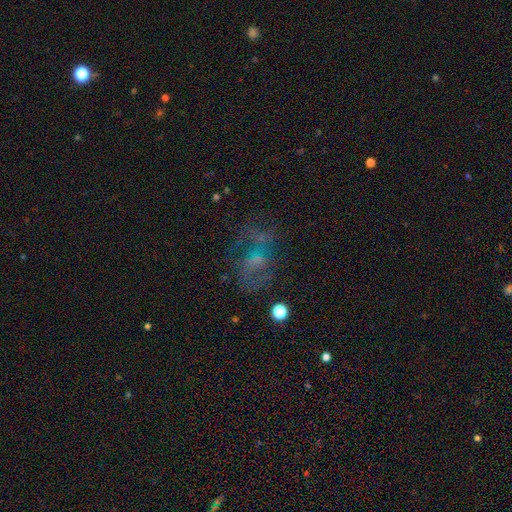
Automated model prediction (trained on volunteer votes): Smooth or featured? featured or disk (53%)
Edge-on disk? no (96%)
Bar? no (61%)
Spiral arms? yes (56%)
Bulge size? small (50%)
Merging? none (50%)